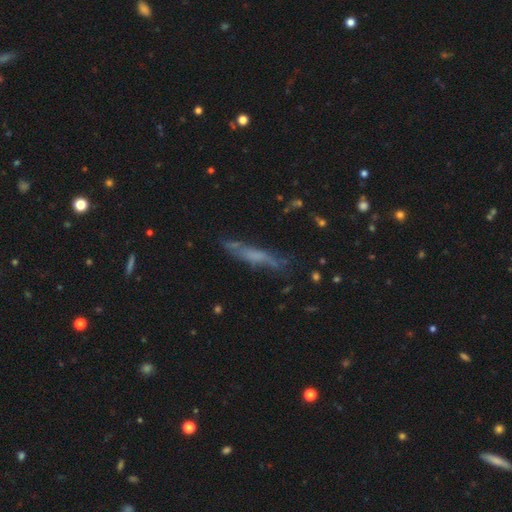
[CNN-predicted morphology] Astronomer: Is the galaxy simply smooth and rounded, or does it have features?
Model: featured or disk — 47% (runner-up: smooth, 41%).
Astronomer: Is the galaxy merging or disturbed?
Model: none — 65%.